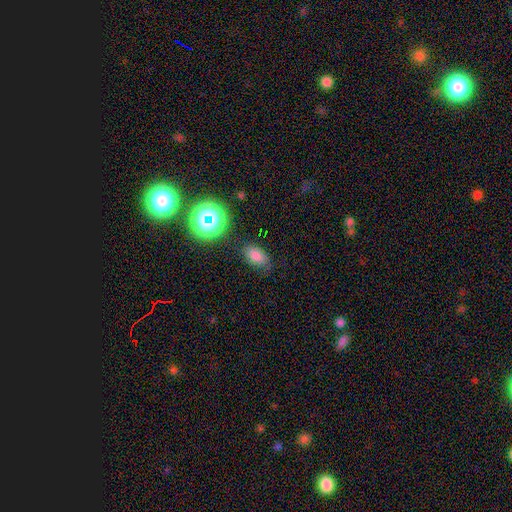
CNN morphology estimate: This appears to be a smooth galaxy with no disk features (76%) that is in between round and cigar-shaped (85%). Merging: none (77%).